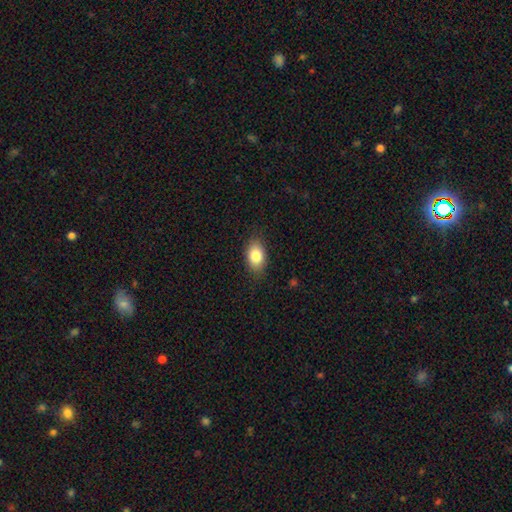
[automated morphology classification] A smooth galaxy with no disk features (84%) that is in between round and cigar-shaped (87%).

Vote fractions:
- Smooth or featured? smooth: 84% / featured or disk: 9% / star or artifact: 8%
- How rounded? in between: 87% / round: 11% / cigar-shaped: 2%
- Merging? none: 84% / minor disturbance: 12% / major disturbance: 3% / merger: 1%